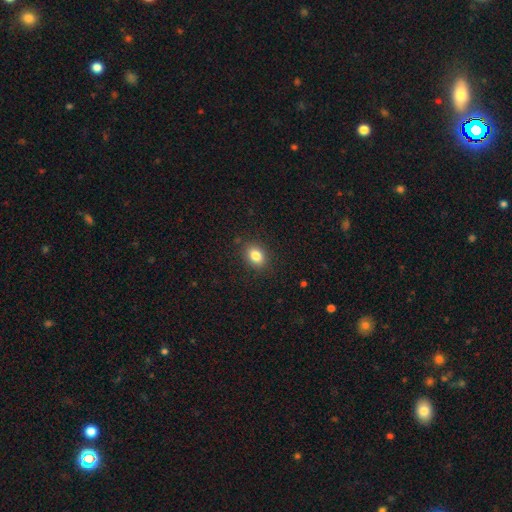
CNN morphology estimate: Smooth or featured?
  - smooth: 83% *
  - star or artifact: 10%
  - featured or disk: 7%
How rounded?
  - in between: 69% *
  - round: 30%
  - cigar-shaped: 1%
Merging?
  - none: 87% *
  - minor disturbance: 9%
  - major disturbance: 3%
  - merger: 1%